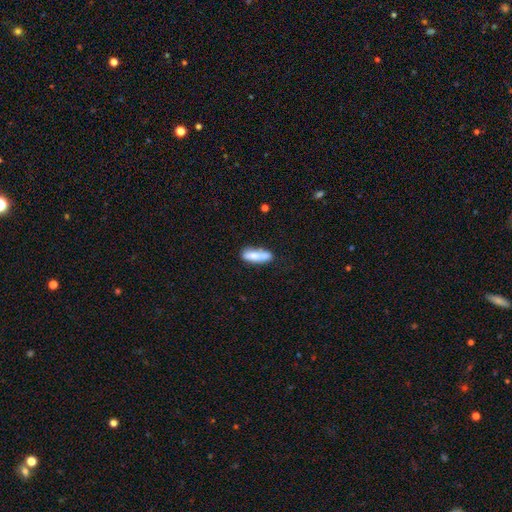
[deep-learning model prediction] Smooth or featured? smooth (74%)
How rounded? in between (49%)
Merging? none (62%)